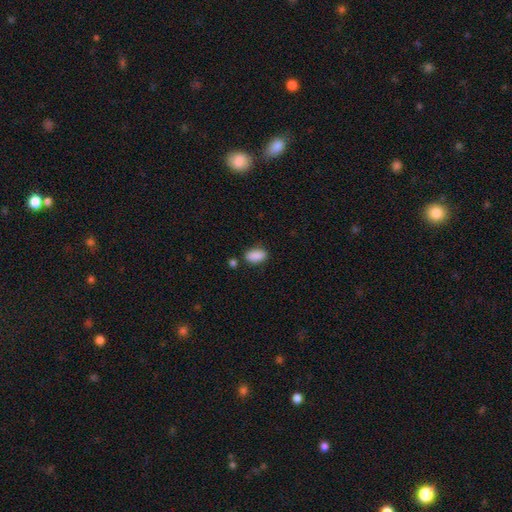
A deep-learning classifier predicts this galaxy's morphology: smooth_or_featured: smooth (p=0.89) [alt: star or artifact p=0.08]
how_rounded: in between (p=0.92) [alt: round p=0.05]
merging: none (p=0.80) [alt: minor disturbance p=0.13]